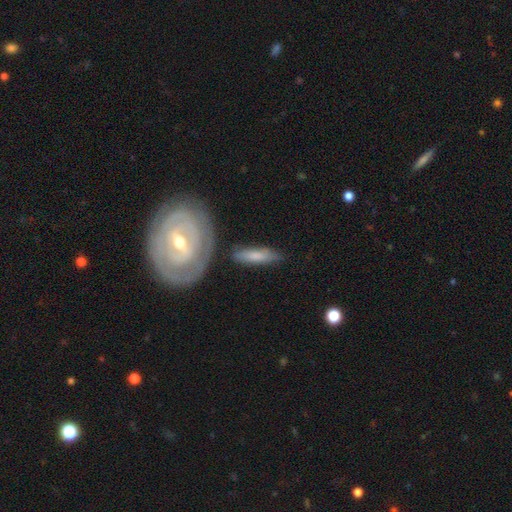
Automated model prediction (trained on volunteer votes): smooth_or_featured: smooth (p=0.63) [alt: featured or disk p=0.31]
how_rounded: cigar-shaped (p=0.64) [alt: in between p=0.33]
merging: none (p=0.69) [alt: minor disturbance p=0.17]